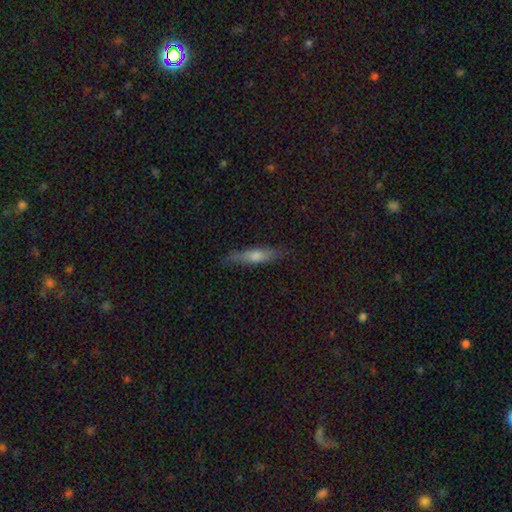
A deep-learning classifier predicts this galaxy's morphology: Q: Smooth or featured?
A: smooth (51%); runner-up: featured or disk (42%)
Q: How rounded?
A: cigar-shaped (81%); runner-up: in between (17%)
Q: Merging?
A: none (84%); runner-up: minor disturbance (12%)